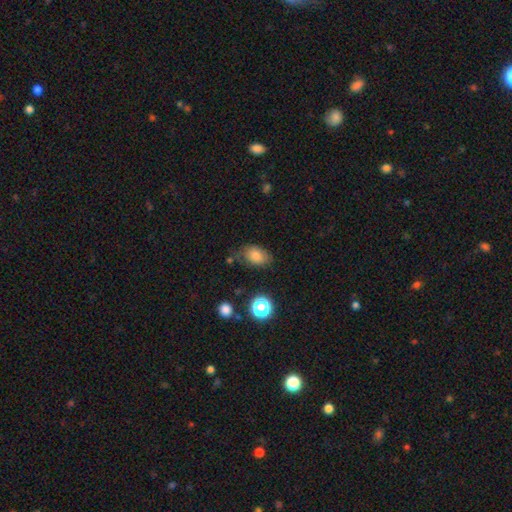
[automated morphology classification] Smooth or featured: smooth — 80% (star or artifact — 10%)
How rounded: in between — 84% (round — 14%)
Merging: none — 68% (minor disturbance — 22%)